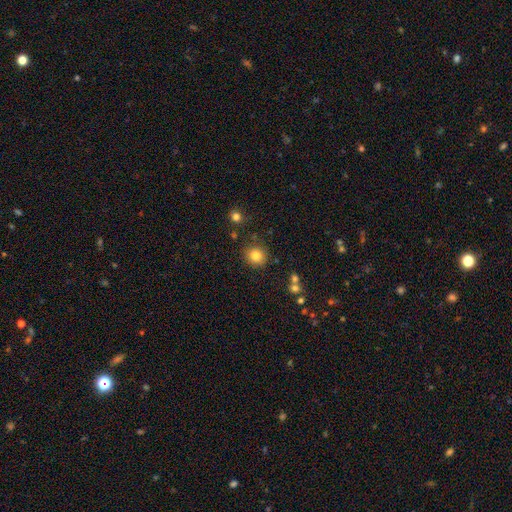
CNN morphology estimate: smooth_or_featured: smooth (p=0.82) [alt: star or artifact p=0.12]
how_rounded: round (p=0.88) [alt: in between p=0.11]
merging: none (p=0.85) [alt: minor disturbance p=0.09]